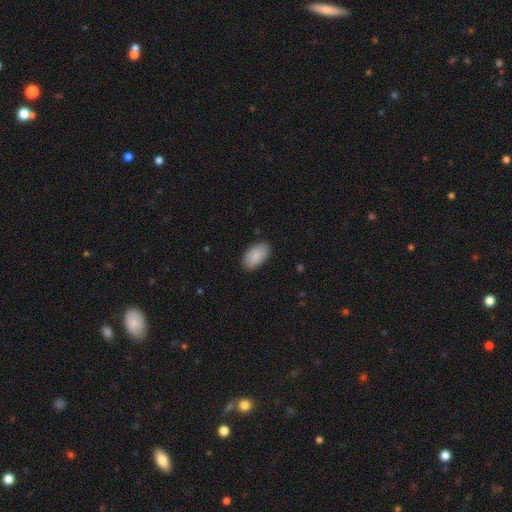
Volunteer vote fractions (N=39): Q: Smooth or featured?
A: smooth (95%); runner-up: star or artifact (5%)
Q: How rounded?
A: in between (100%)
Q: Merging?
A: none (81%); runner-up: minor disturbance (19%)